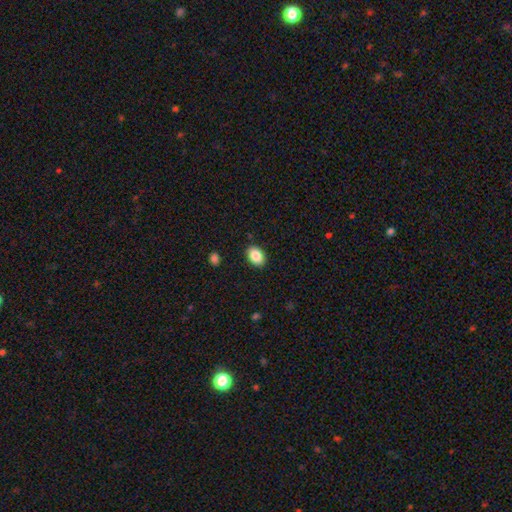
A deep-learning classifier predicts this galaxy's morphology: Smooth or featured?
  - smooth: 88% *
  - star or artifact: 8%
  - featured or disk: 5%
How rounded?
  - in between: 82% *
  - round: 17%
  - cigar-shaped: 1%
Merging?
  - none: 88% *
  - minor disturbance: 9%
  - major disturbance: 2%
  - merger: 1%